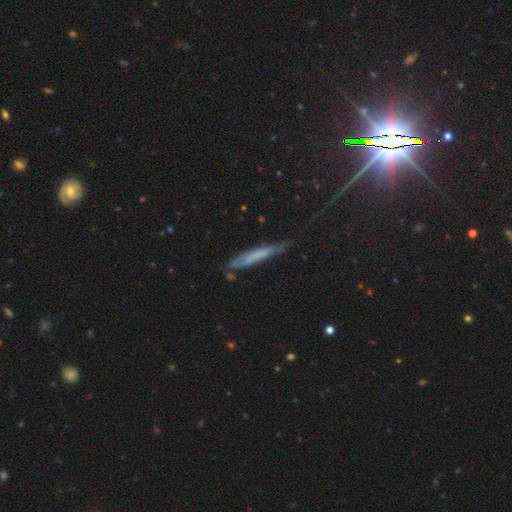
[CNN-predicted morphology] Smooth or featured: smooth — 53% (featured or disk — 36%)
How rounded: cigar-shaped — 93% (in between — 6%)
Merging: none — 64% (minor disturbance — 26%)